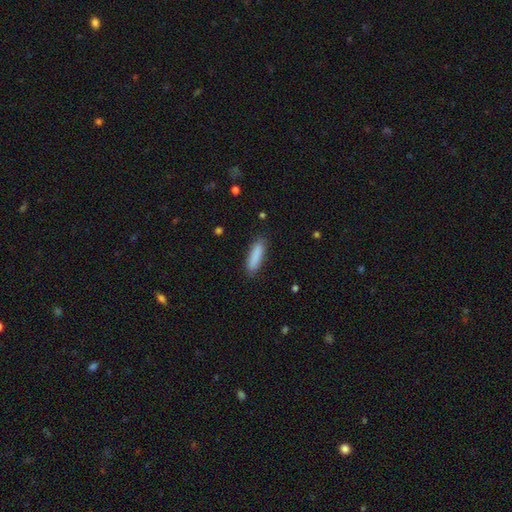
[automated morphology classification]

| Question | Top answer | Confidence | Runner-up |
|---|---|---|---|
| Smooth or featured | smooth | 88% | star or artifact (6%) |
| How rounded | cigar-shaped | 65% | in between (33%) |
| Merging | none | 87% | minor disturbance (10%) |